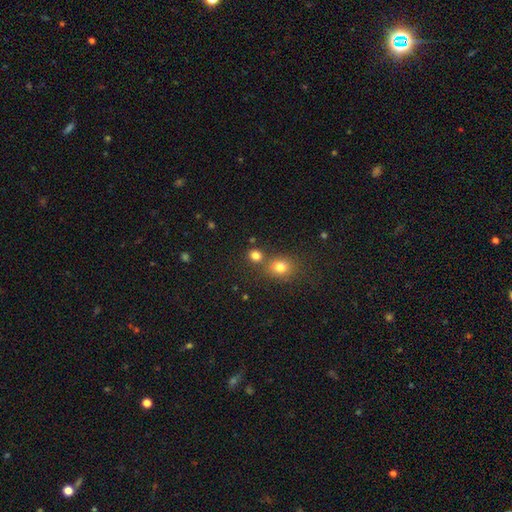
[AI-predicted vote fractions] smooth-or-featured: smooth: 78% | star or artifact: 16% | featured or disk: 7%
  how-rounded: round: 78% | in between: 21% | cigar-shaped: 1%
  merging: none: 66% | merger: 22% | minor disturbance: 8% | major disturbance: 3%